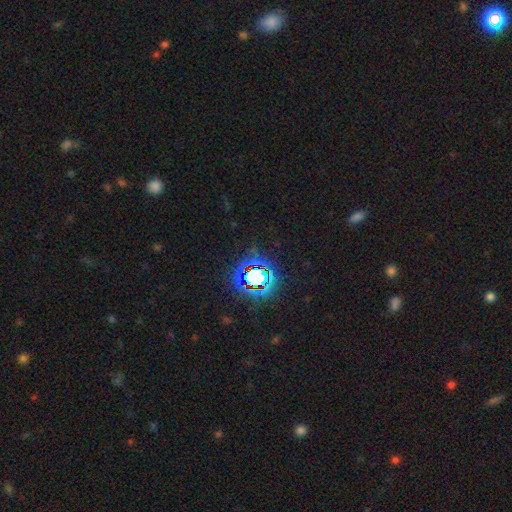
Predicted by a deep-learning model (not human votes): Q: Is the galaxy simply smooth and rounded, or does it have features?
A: star or artifact — 79%.